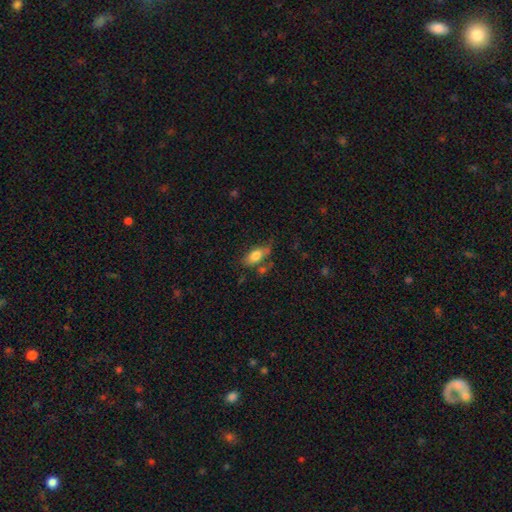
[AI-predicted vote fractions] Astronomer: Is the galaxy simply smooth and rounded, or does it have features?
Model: smooth — 75%.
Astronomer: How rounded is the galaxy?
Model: in between — 84%.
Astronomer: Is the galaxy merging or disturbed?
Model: none — 51% (runner-up: minor disturbance, 26%).